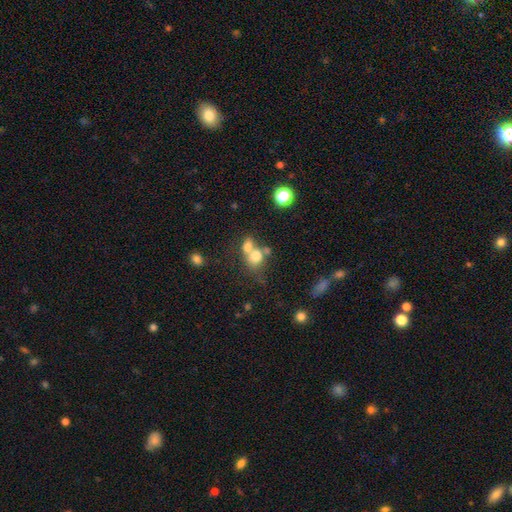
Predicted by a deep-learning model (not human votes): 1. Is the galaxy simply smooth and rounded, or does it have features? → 71% smooth, 16% featured or disk, 13% star or artifact.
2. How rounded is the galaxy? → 55% round, 44% in between, 2% cigar-shaped.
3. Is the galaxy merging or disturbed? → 58% merger, 27% none, 8% minor disturbance, 6% major disturbance.